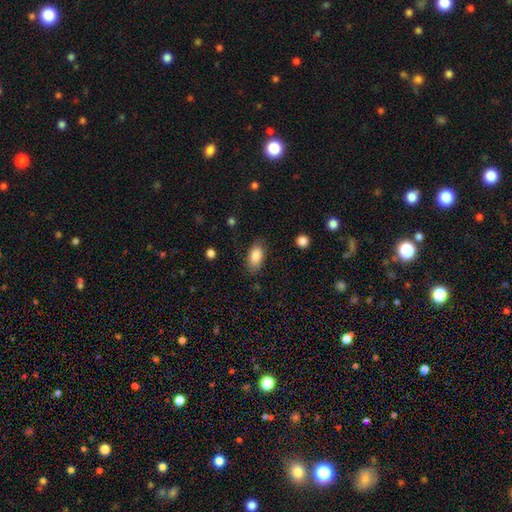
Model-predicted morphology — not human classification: This is clearly a smooth galaxy (84%). How rounded: clearly in between (91%). Merging: clearly none (81%).